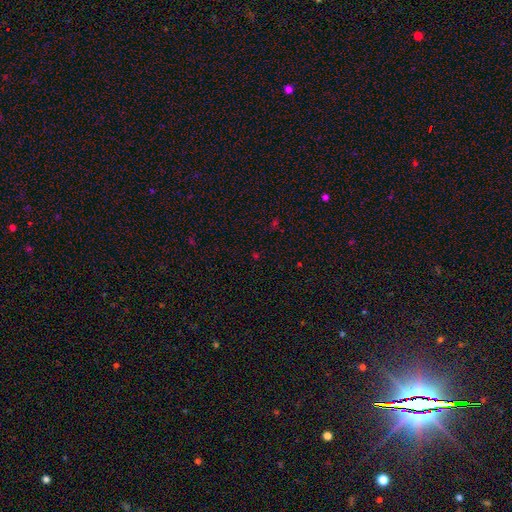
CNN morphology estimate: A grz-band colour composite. It shows a star or artifact, not a galaxy (60%).